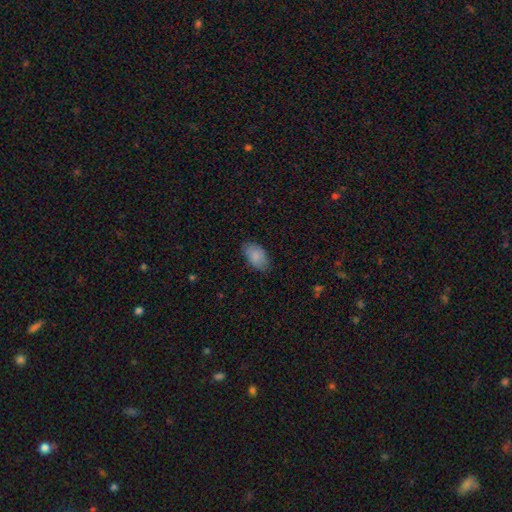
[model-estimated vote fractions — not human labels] This appears to be a smooth galaxy with no disk features (87%) that is in between round and cigar-shaped (93%). Merging: none (80%).